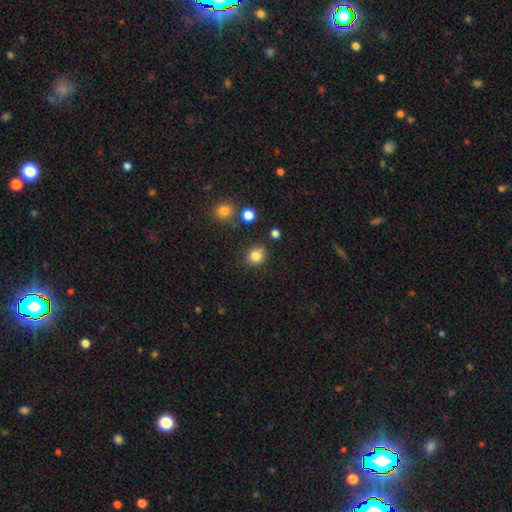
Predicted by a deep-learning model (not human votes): Smooth or featured?
  - smooth: 84% *
  - star or artifact: 11%
  - featured or disk: 5%
How rounded?
  - round: 78% *
  - in between: 21%
  - cigar-shaped: 1%
Merging?
  - none: 85% *
  - minor disturbance: 9%
  - merger: 3%
  - major disturbance: 3%